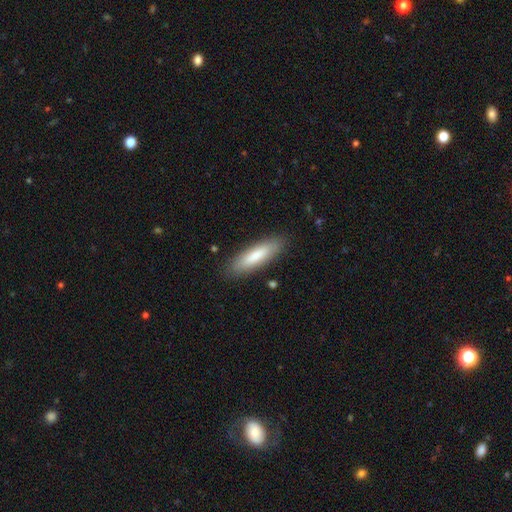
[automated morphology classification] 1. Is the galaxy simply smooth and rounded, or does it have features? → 79% smooth, 16% featured or disk, 6% star or artifact.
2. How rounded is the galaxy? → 60% cigar-shaped, 39% in between, 1% round.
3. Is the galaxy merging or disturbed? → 87% none, 9% minor disturbance, 2% major disturbance, 1% merger.